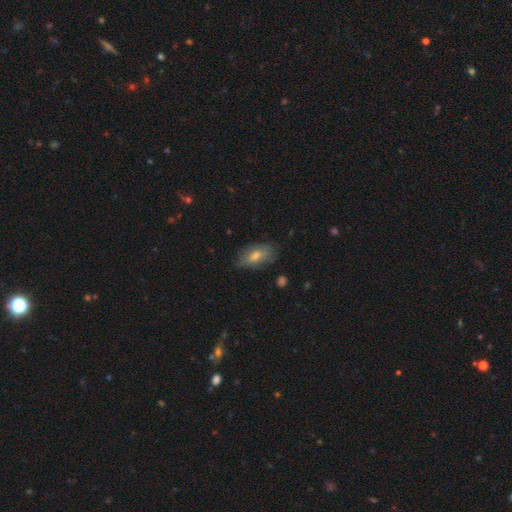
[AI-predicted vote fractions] The model was most divided on "smooth or featured": smooth: 60%, featured or disk: 30%, star or artifact: 10%. More confident: how rounded — in between (86%); merging — none (77%).